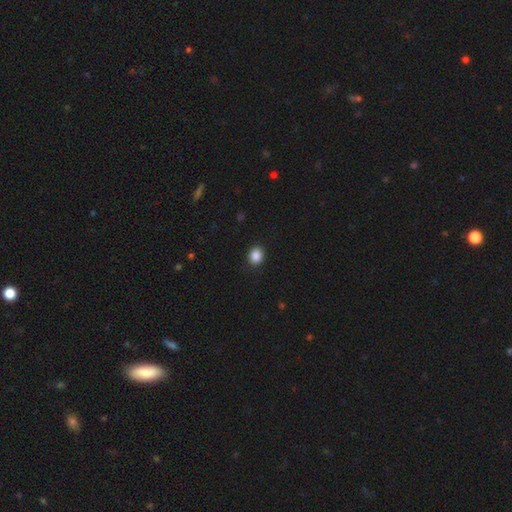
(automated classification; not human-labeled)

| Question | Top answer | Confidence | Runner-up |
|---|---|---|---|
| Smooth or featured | smooth | 88% | star or artifact (9%) |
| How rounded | round | 64% | in between (35%) |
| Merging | none | 90% | minor disturbance (7%) |